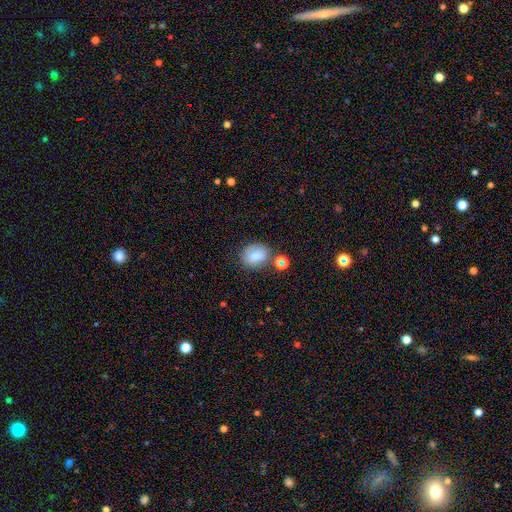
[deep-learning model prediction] The model was most divided on "how rounded": in between: 53%, round: 46%, cigar-shaped: 1%. More confident: smooth or featured — smooth (76%); merging — none (65%).